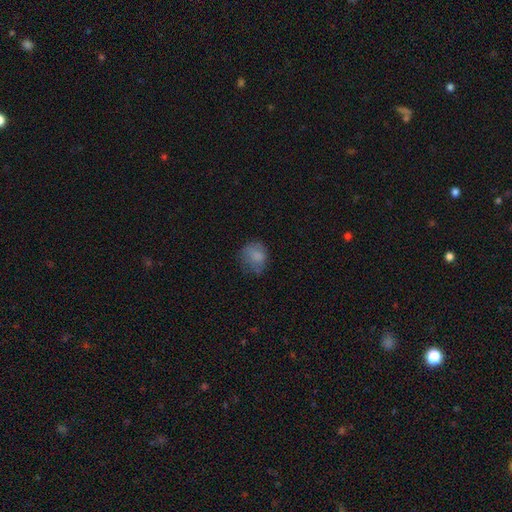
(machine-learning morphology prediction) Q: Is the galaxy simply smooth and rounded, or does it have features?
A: smooth — 78%.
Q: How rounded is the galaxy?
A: round — 68%.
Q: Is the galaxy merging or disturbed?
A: none — 57%.